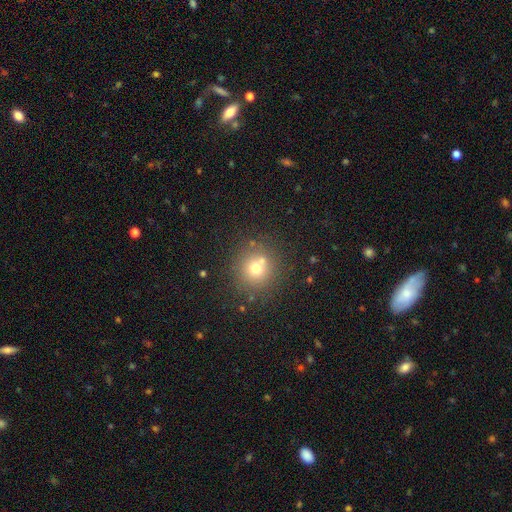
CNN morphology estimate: A smooth galaxy with no disk features (62%) that is round (91%). Merging: none (90%).